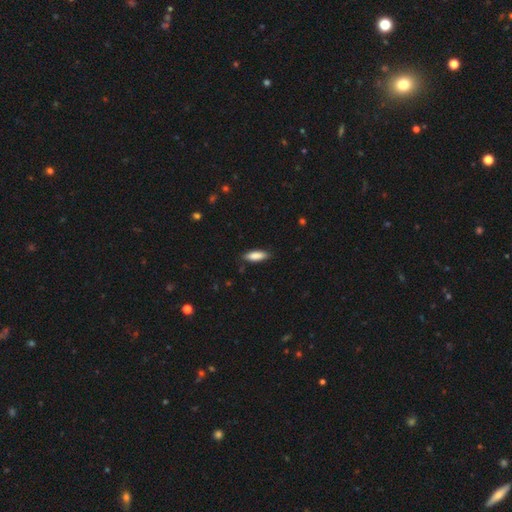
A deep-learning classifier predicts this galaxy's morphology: Overall: smooth (86%). How rounded: in between (60%; cigar-shaped 39%). Merging: none (85%).